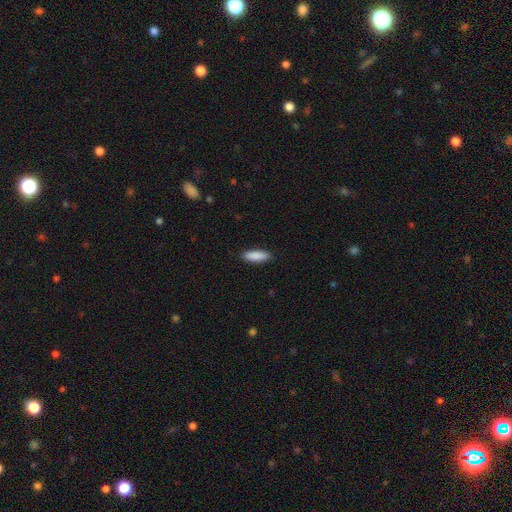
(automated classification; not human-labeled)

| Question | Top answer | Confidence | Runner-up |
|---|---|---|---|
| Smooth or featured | smooth | 89% | star or artifact (6%) |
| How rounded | in between | 55% | cigar-shaped (44%) |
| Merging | none | 88% | minor disturbance (9%) |